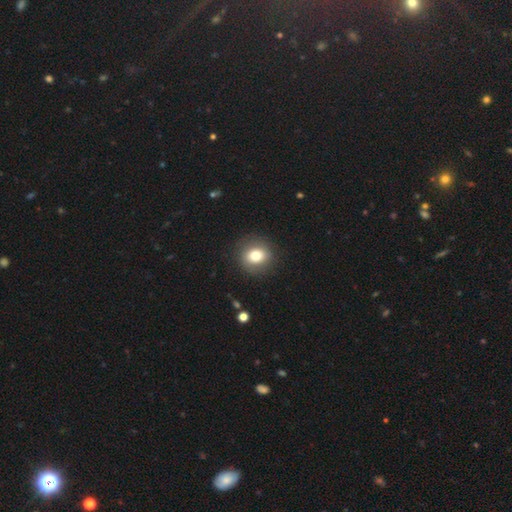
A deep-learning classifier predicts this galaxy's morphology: Smooth or featured: smooth — 76% (featured or disk — 14%)
How rounded: round — 79% (in between — 20%)
Merging: none — 88% (minor disturbance — 8%)